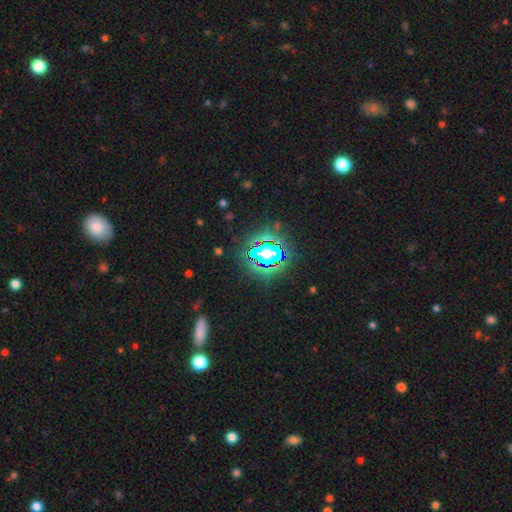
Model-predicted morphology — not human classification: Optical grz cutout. It shows a star or artifact, not a galaxy (74%).